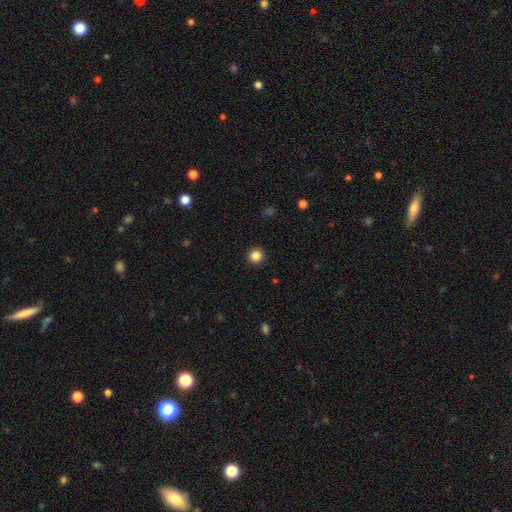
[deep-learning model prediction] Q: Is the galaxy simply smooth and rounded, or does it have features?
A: smooth — 85%.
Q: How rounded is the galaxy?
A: round — 96%.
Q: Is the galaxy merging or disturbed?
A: none — 93%.